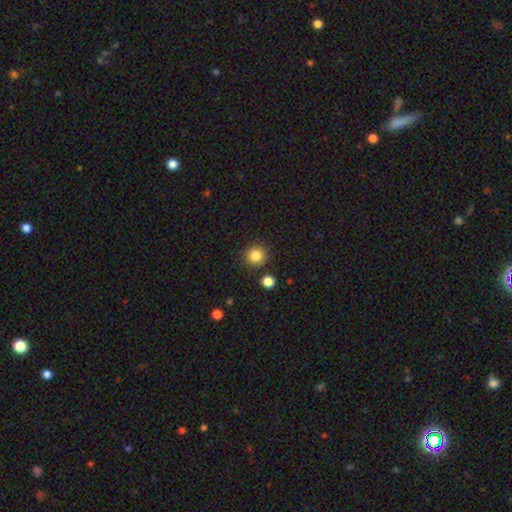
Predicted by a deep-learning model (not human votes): A smooth galaxy with no disk features (84%) that is round (91%).

Vote fractions:
- Smooth or featured? smooth: 84% / star or artifact: 11% / featured or disk: 4%
- How rounded? round: 91% / in between: 8% / cigar-shaped: 1%
- Merging? none: 88% / minor disturbance: 7% / merger: 4% / major disturbance: 2%